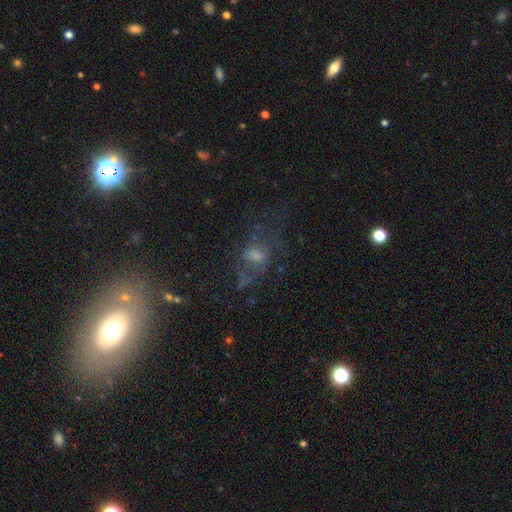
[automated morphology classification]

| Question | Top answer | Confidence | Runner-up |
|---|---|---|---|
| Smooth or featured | featured or disk | 46% | smooth (32%) |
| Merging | none | 41% | major disturbance (36%) |